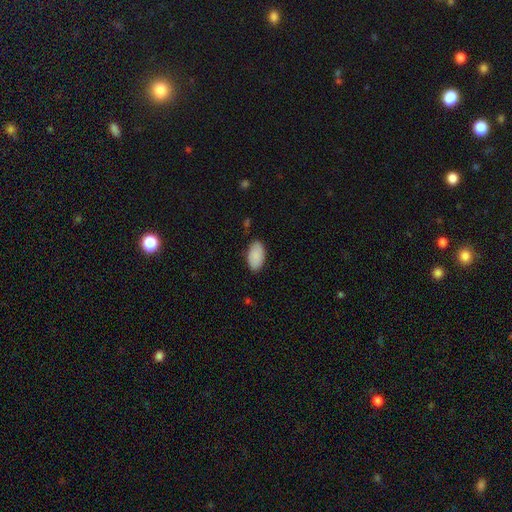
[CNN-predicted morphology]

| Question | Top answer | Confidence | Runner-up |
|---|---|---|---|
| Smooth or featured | smooth | 89% | star or artifact (6%) |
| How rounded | in between | 95% | round (3%) |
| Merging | none | 84% | minor disturbance (13%) |